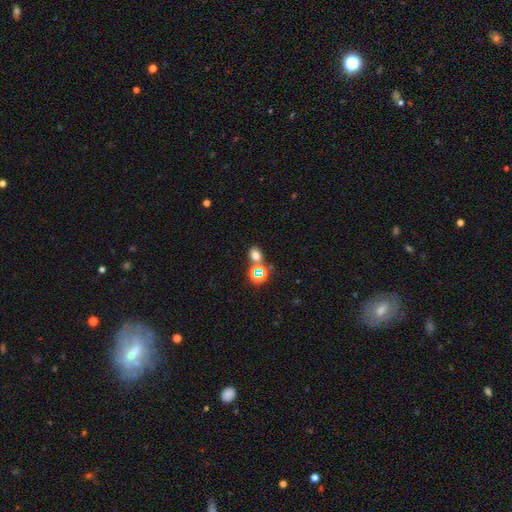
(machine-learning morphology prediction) Smooth or featured? Predicted: smooth (p=0.64). How rounded? Predicted: in between (p=0.58). Merging? Predicted: none (p=0.67).